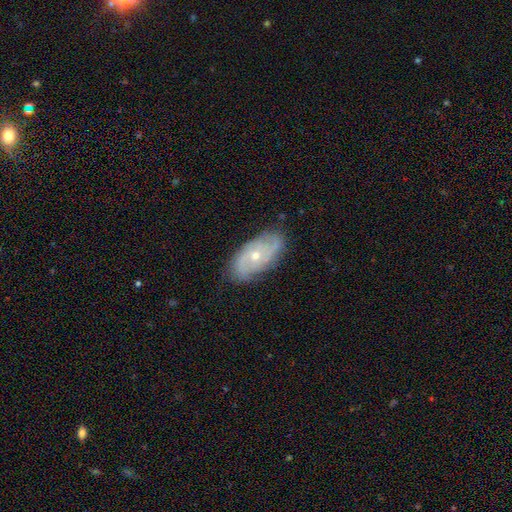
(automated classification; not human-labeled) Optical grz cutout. It shows a featured or disk galaxy (76%) with no bar (77%), 2 (38%) tight (46%) spiral arms (89%) and a small central bulge (55%). Merging: none (78%).